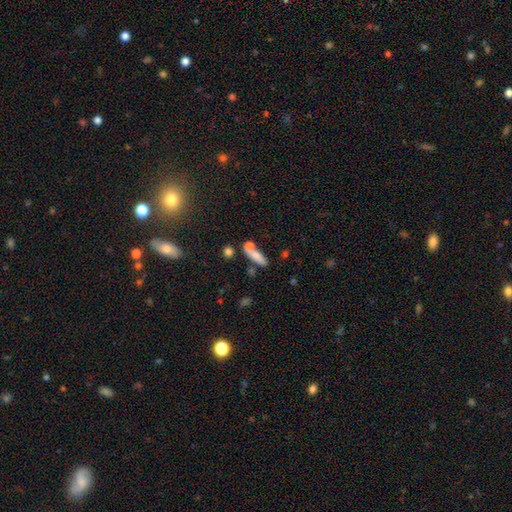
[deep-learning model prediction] Smooth or featured? smooth (76%)
How rounded? cigar-shaped (54%)
Merging? none (54%)